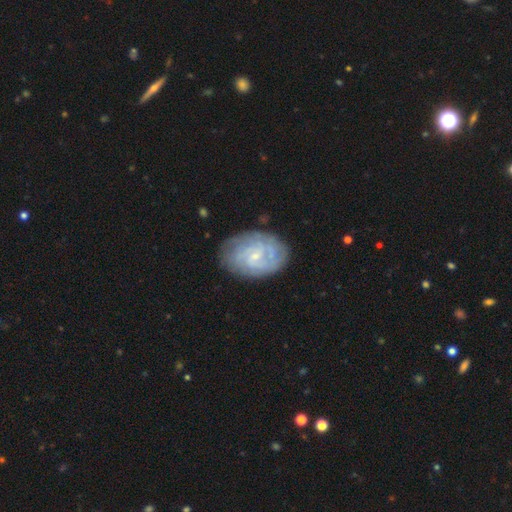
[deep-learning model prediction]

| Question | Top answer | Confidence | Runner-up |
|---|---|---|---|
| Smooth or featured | featured or disk | 78% | smooth (16%) |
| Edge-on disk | no | 97% | yes (3%) |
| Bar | weak | 50% | no (40%) |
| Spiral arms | yes | 92% | no (8%) |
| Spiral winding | tight | 67% | medium (26%) |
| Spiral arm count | can't tell | 43% | 2 (24%) |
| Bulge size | small | 78% | moderate (15%) |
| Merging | none | 78% | minor disturbance (16%) |